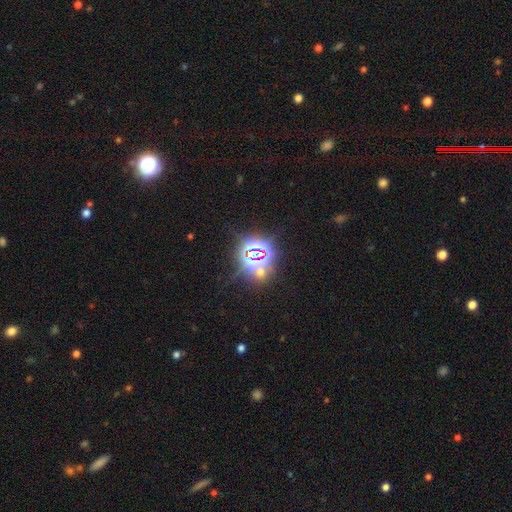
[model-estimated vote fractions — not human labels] Q: Smooth or featured?
A: star or artifact (79%); runner-up: smooth (12%)